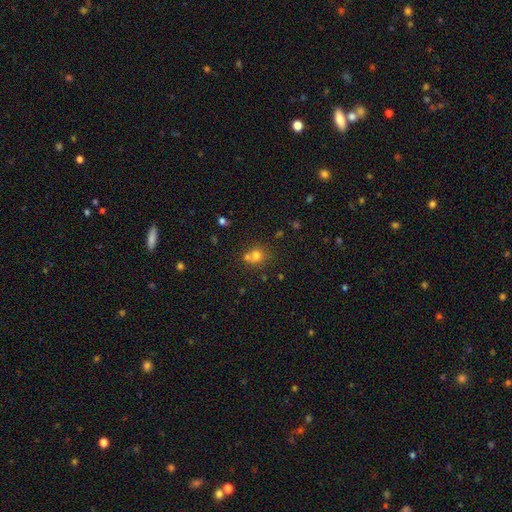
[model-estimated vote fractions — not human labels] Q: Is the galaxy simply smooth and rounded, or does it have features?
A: smooth — 71%.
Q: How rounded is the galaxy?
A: round — 80%.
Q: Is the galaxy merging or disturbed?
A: none — 48%.